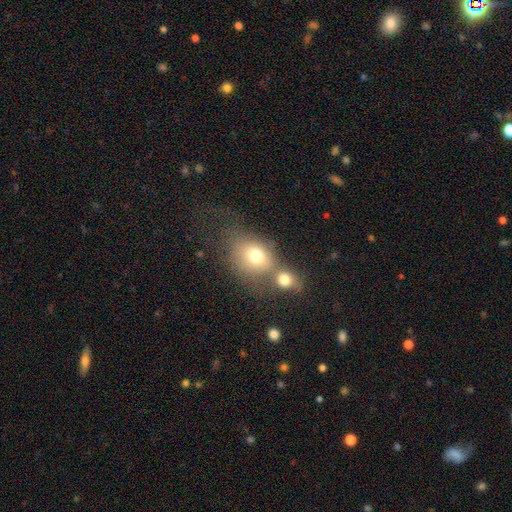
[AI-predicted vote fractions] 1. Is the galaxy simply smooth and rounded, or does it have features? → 73% smooth, 15% featured or disk, 12% star or artifact.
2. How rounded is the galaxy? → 51% in between, 47% round, 1% cigar-shaped.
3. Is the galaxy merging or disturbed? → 51% merger, 30% none, 10% minor disturbance, 8% major disturbance.